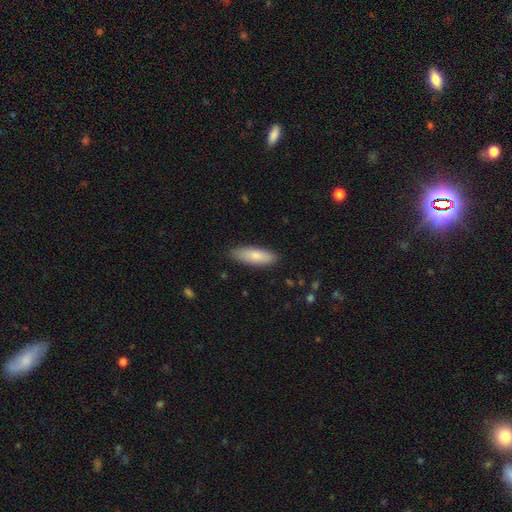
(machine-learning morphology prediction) This appears to be a smooth galaxy with no disk features (82%) that is in between round and cigar-shaped (56%). Merging: none (86%).